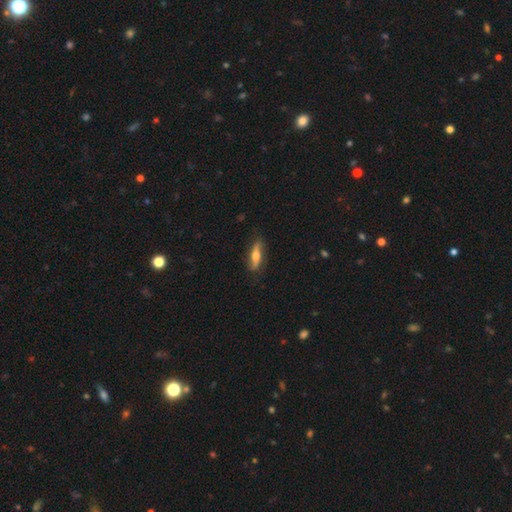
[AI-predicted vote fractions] Smooth or featured? smooth (50%)
How rounded? cigar-shaped (55%)
Merging? none (78%)